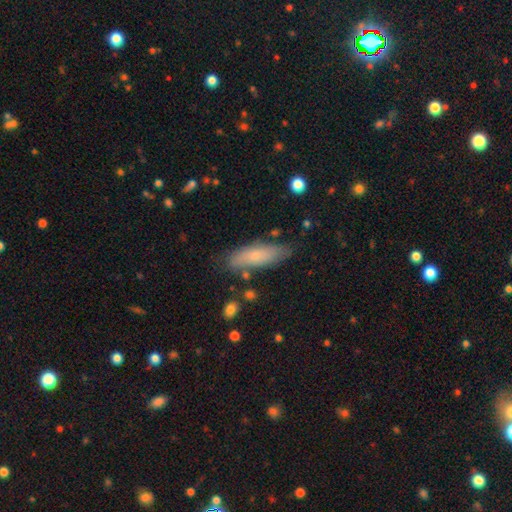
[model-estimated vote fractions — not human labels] This appears to be a smooth galaxy with no disk features (70%) that is in between round and cigar-shaped (49%, tied with cigar-shaped). Merging: none (77%).